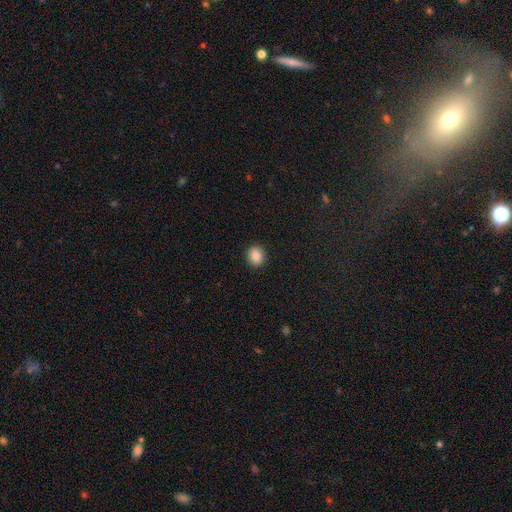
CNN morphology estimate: Smooth or featured? Predicted: smooth (p=0.86). How rounded? Predicted: round (p=0.77). Merging? Predicted: none (p=0.92).